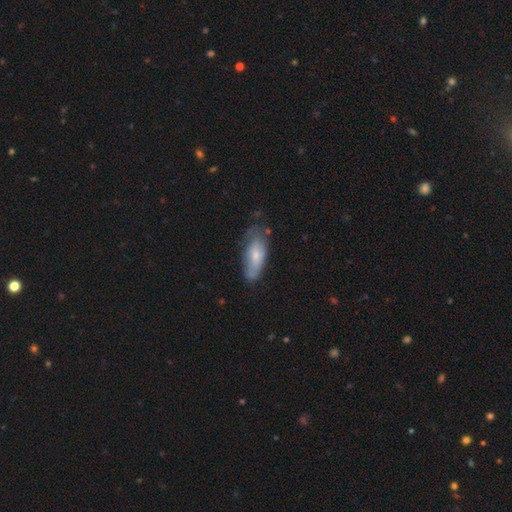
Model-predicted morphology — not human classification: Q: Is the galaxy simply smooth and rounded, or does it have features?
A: smooth — 64%.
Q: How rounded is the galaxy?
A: in between — 76%.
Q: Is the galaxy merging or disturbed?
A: none — 53%.